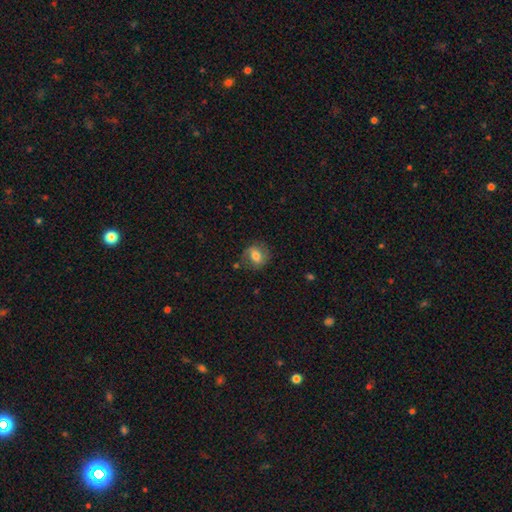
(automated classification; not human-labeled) Smooth or featured? Predicted: smooth (p=0.65). How rounded? Predicted: round (p=0.58). Merging? Predicted: none (p=0.72).